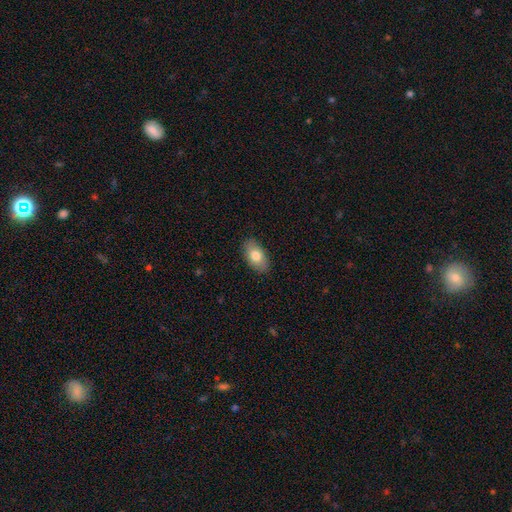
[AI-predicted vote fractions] Smooth or featured?
  - smooth: 79% *
  - featured or disk: 15%
  - star or artifact: 6%
How rounded?
  - in between: 93% *
  - round: 5%
  - cigar-shaped: 2%
Merging?
  - none: 88% *
  - minor disturbance: 9%
  - major disturbance: 2%
  - merger: 1%